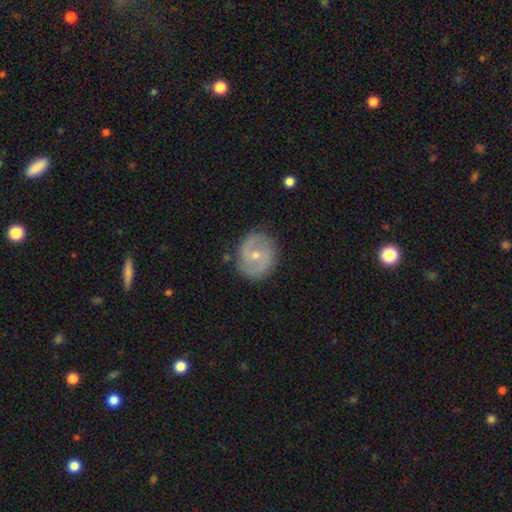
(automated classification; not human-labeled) This appears to be a featured or disk galaxy (76%) with no bar (49%), 2 (82%) medium (47%) spiral arms (91%) and a small central bulge (56%). Merging: none (81%).